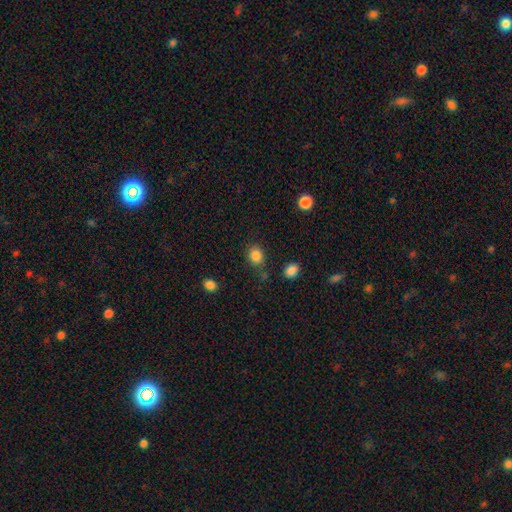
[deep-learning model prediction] smooth 85%, star or artifact 10%, featured or disk 4%. Down the decision tree: how rounded — round (63%); merging — none (77%).